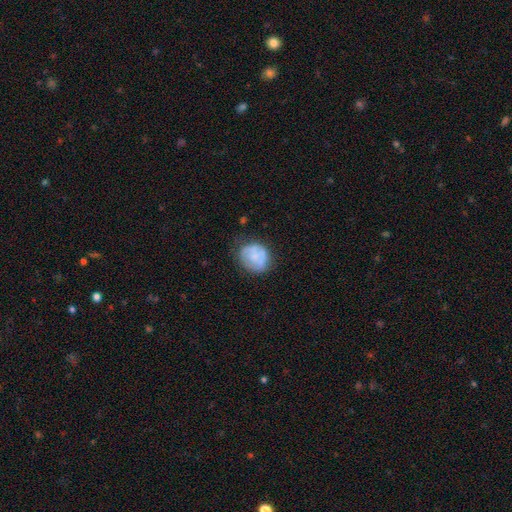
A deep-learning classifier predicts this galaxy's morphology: Smooth or featured? smooth (59%)
How rounded? round (71%)
Merging? none (57%)